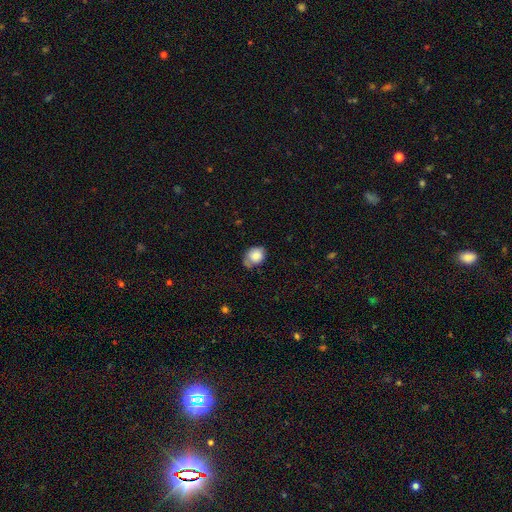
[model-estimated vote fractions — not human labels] Smooth or featured: smooth — 80% (featured or disk — 12%)
How rounded: round — 52% (in between — 47%)
Merging: none — 49% (minor disturbance — 37%)